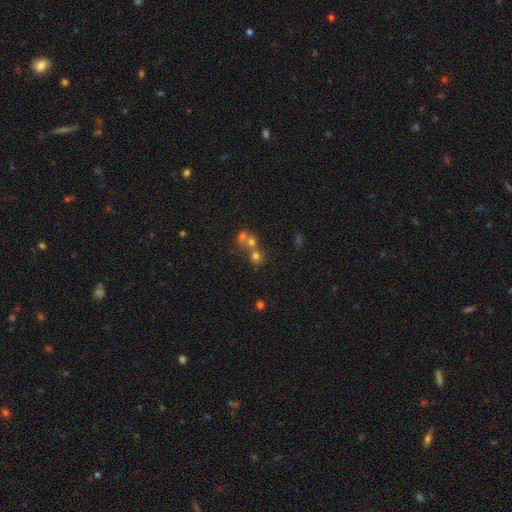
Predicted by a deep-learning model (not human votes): Q: Smooth or featured?
A: smooth (64%); runner-up: star or artifact (20%)
Q: How rounded?
A: round (81%); runner-up: in between (18%)
Q: Merging?
A: merger (53%); runner-up: none (38%)